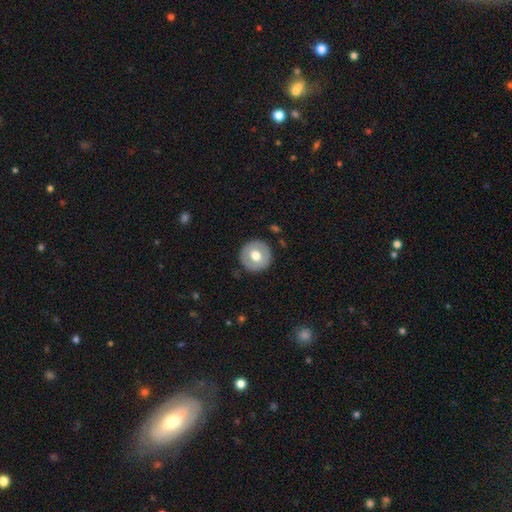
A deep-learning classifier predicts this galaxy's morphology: This is likely a smooth galaxy (62%). How rounded: clearly round (95%). Merging: clearly none (90%).